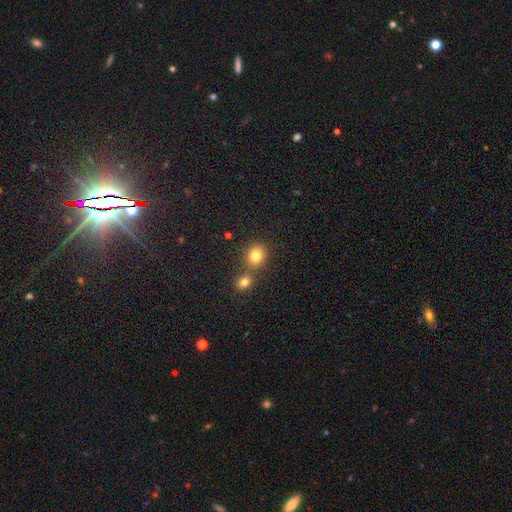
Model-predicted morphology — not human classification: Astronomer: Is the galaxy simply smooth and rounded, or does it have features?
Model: smooth — 80%.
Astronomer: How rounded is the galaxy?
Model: round — 80%.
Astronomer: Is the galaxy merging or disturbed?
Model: none — 65%.